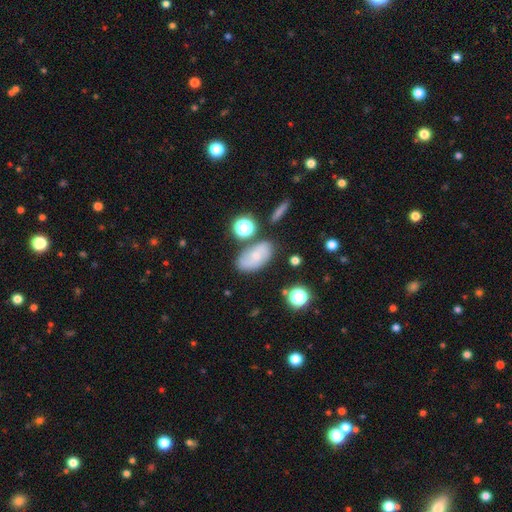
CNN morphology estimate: smooth_or_featured: smooth (p=0.56) [alt: featured or disk p=0.33]
how_rounded: in between (p=0.88) [alt: round p=0.09]
merging: none (p=0.69) [alt: minor disturbance p=0.17]